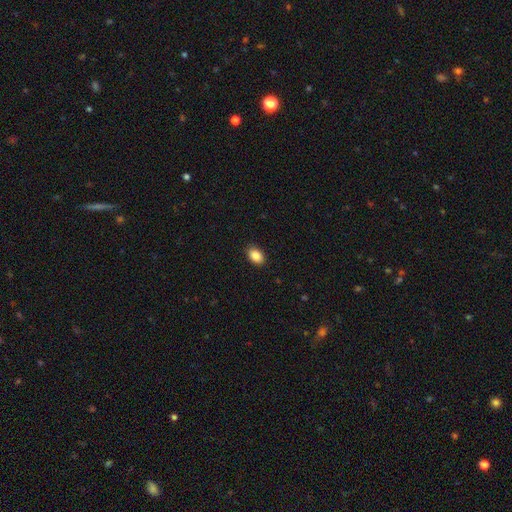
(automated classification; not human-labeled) smooth_or_featured: smooth (p=0.87) [alt: star or artifact p=0.08]
how_rounded: in between (p=0.83) [alt: round p=0.15]
merging: none (p=0.89) [alt: minor disturbance p=0.08]